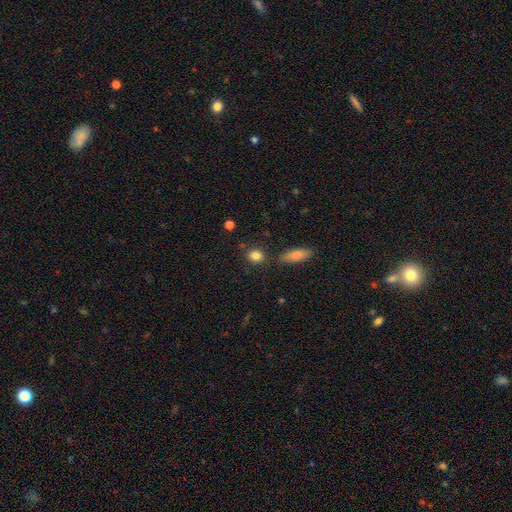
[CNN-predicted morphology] A smooth galaxy with no disk features (84%) that is round (65%). Merging: none (80%).